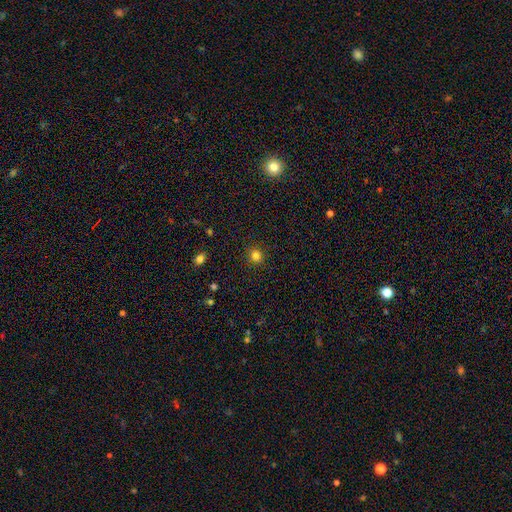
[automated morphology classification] This appears to be a smooth galaxy with no disk features (82%) that is round (89%). Merging: none (91%).